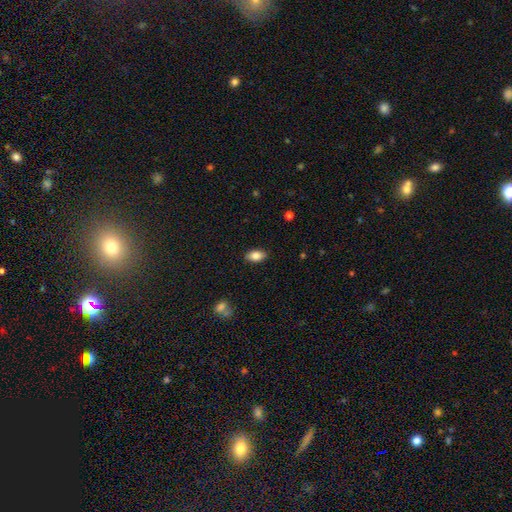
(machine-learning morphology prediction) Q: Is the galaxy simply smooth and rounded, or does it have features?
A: smooth — 84%.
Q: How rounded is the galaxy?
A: in between — 91%.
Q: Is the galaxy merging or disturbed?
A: none — 87%.